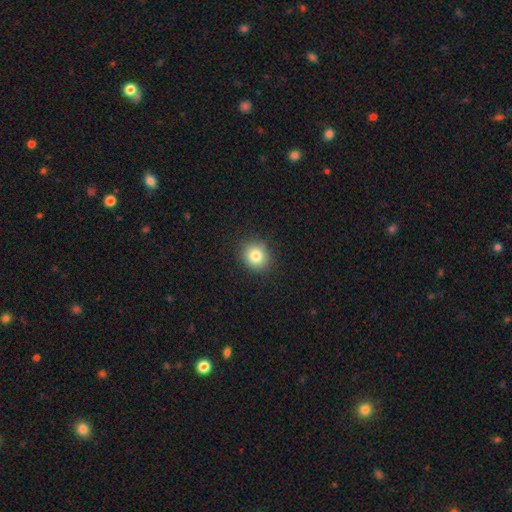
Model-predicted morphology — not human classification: smooth 81%, star or artifact 11%, featured or disk 8%. Down the decision tree: how rounded — round (75%); merging — none (89%).